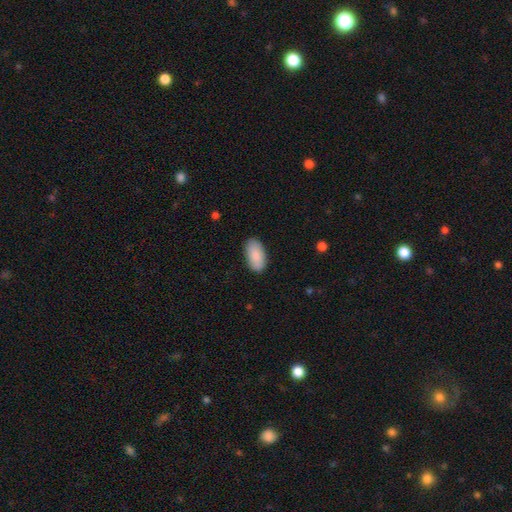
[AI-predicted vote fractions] Smooth or featured? Predicted: smooth (p=0.89). How rounded? Predicted: in between (p=0.94). Merging? Predicted: none (p=0.87).